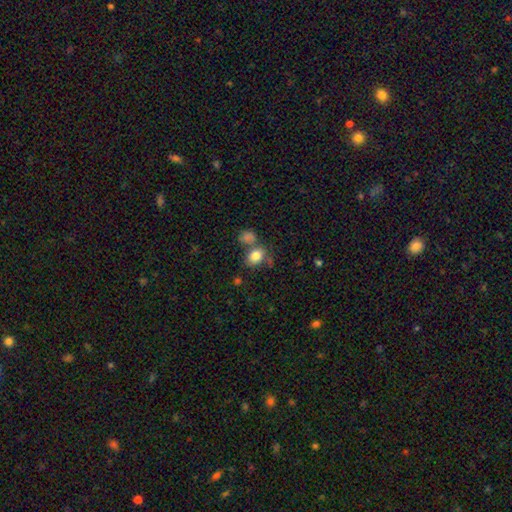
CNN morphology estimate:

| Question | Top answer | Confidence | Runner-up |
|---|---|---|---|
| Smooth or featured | smooth | 82% | star or artifact (9%) |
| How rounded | in between | 67% | round (31%) |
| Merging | none | 57% | merger (23%) |